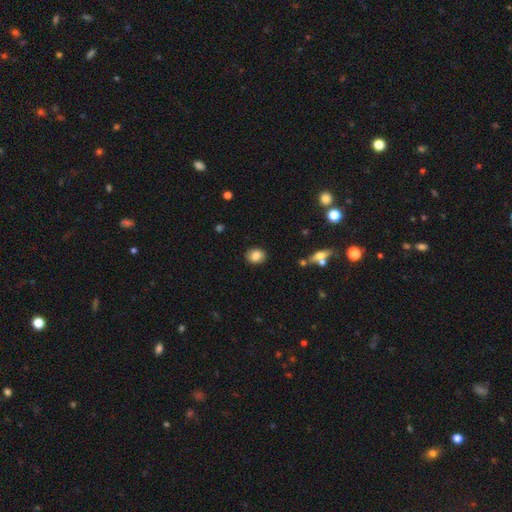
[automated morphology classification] Smooth or featured? smooth (84%)
How rounded? round (55%)
Merging? none (89%)